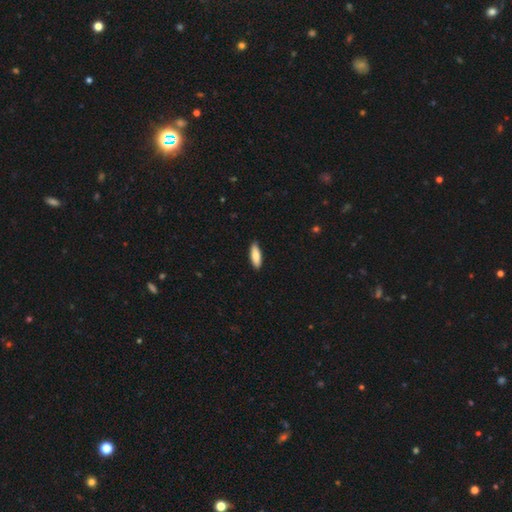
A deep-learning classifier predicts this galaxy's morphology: smooth-or-featured: smooth: 84% | featured or disk: 11% | star or artifact: 5%
  how-rounded: in between: 57% | cigar-shaped: 41% | round: 2%
  merging: none: 88% | minor disturbance: 9% | major disturbance: 2% | merger: 1%